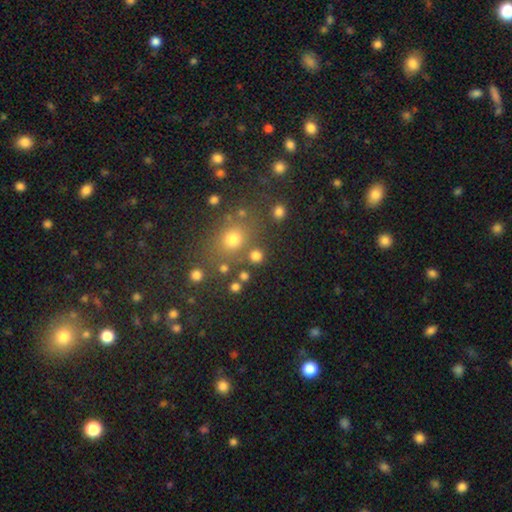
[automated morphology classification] Smooth or featured? smooth (76%)
How rounded? round (86%)
Merging? none (75%)